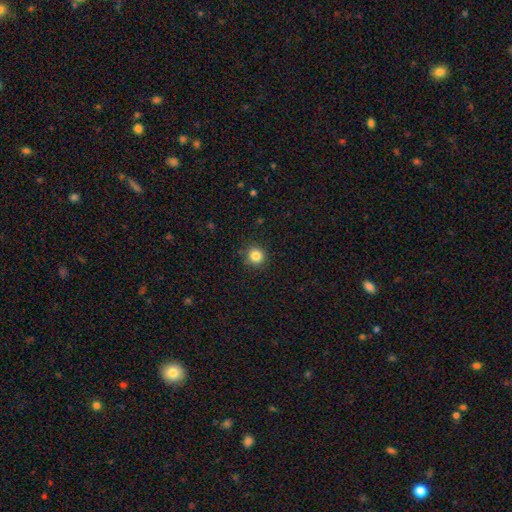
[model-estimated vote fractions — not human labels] This is clearly a smooth galaxy (84%). How rounded: clearly round (93%). Merging: clearly none (89%).